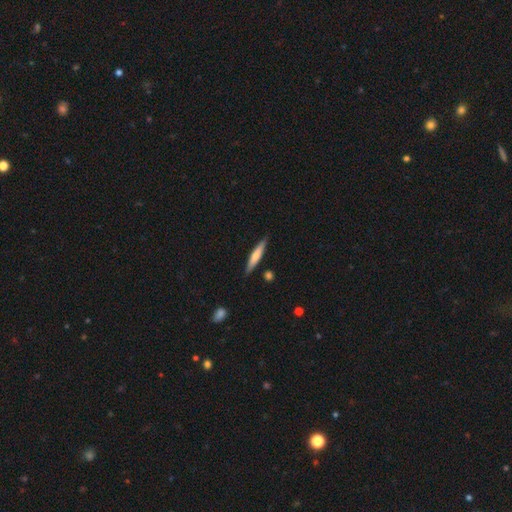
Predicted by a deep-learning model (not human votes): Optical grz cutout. It shows a smooth galaxy with no disk features (61%) that is cigar-shaped (90%). Merging: none (87%).